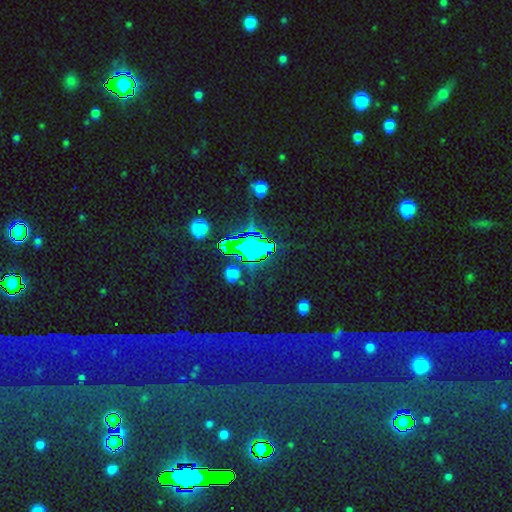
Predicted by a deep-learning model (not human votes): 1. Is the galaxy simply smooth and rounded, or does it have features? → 71% star or artifact, 18% smooth, 11% featured or disk.